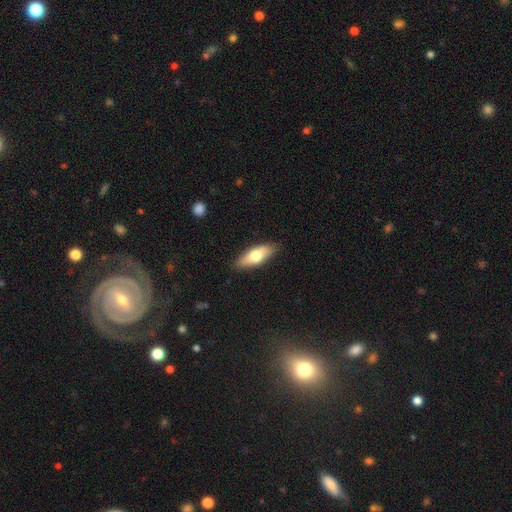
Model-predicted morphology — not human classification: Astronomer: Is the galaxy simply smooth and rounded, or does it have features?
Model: smooth — 64%.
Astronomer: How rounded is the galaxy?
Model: in between — 67%.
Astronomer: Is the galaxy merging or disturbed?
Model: none — 86%.